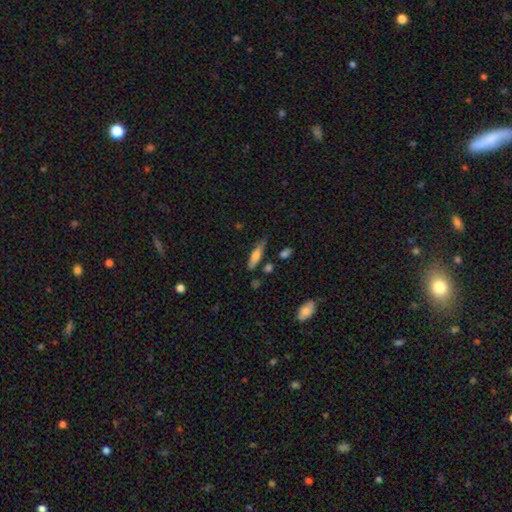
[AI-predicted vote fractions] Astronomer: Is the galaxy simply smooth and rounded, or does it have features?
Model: smooth — 62%.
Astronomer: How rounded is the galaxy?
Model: cigar-shaped — 67%.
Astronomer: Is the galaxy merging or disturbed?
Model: none — 67%.